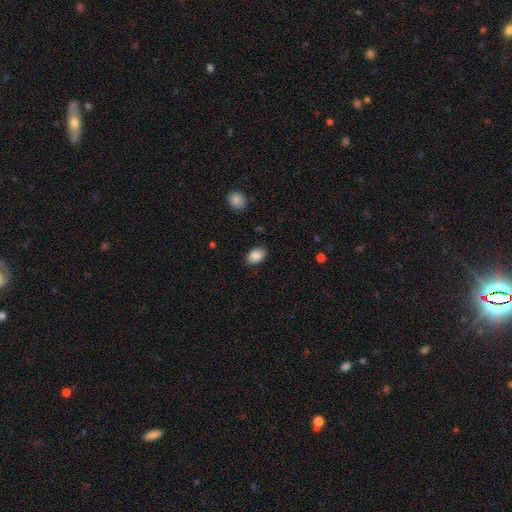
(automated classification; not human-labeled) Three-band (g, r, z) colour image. It shows a smooth galaxy with no disk features (89%) that is in between round and cigar-shaped (85%). Merging: none (84%).